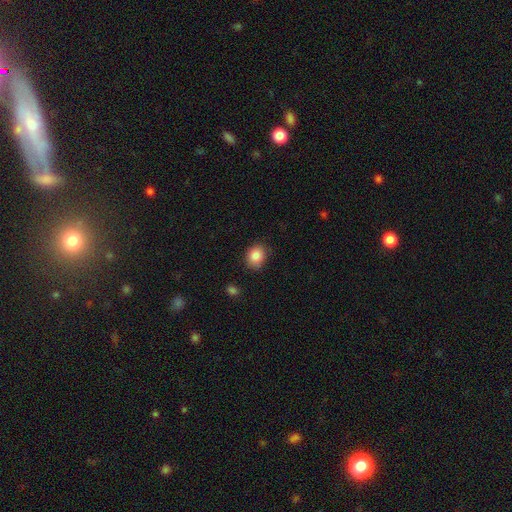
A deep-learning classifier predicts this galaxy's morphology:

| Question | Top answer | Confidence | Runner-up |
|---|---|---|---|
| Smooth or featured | smooth | 86% | star or artifact (9%) |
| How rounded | round | 61% | in between (38%) |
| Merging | none | 80% | minor disturbance (15%) |